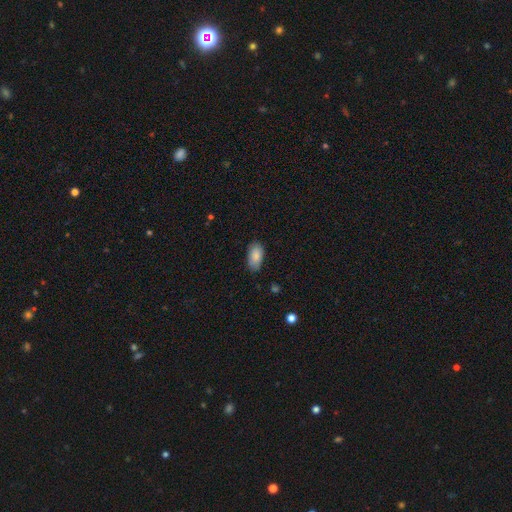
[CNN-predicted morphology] smooth_or_featured: smooth (p=0.85) [alt: featured or disk p=0.08]
how_rounded: in between (p=0.93) [alt: round p=0.04]
merging: none (p=0.76) [alt: minor disturbance p=0.20]